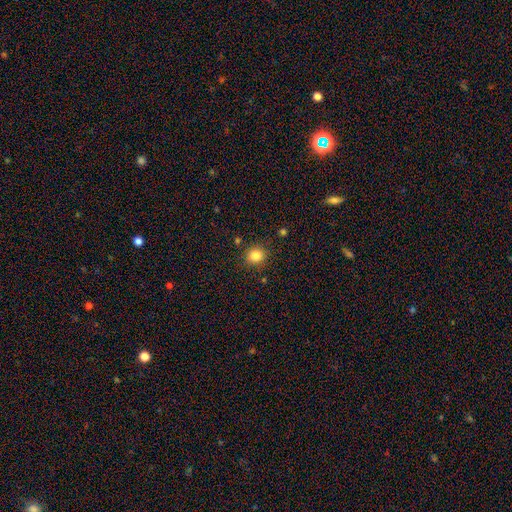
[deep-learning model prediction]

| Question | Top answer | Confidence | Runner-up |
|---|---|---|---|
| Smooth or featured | smooth | 84% | star or artifact (11%) |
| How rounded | round | 84% | in between (15%) |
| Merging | none | 87% | minor disturbance (8%) |